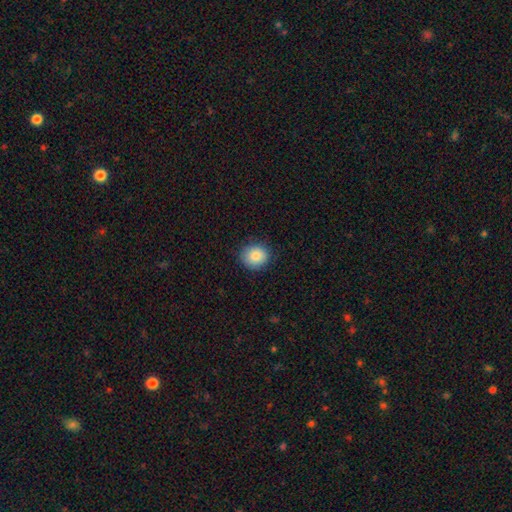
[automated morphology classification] smooth 85%, star or artifact 9%, featured or disk 6%. Down the decision tree: how rounded — round (83%); merging — none (87%).